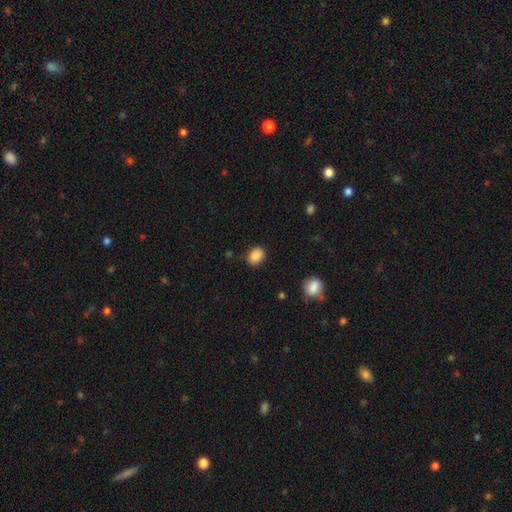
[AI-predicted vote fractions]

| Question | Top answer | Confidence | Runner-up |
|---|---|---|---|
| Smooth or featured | smooth | 88% | star or artifact (9%) |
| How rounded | in between | 59% | round (40%) |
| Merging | none | 80% | minor disturbance (15%) |